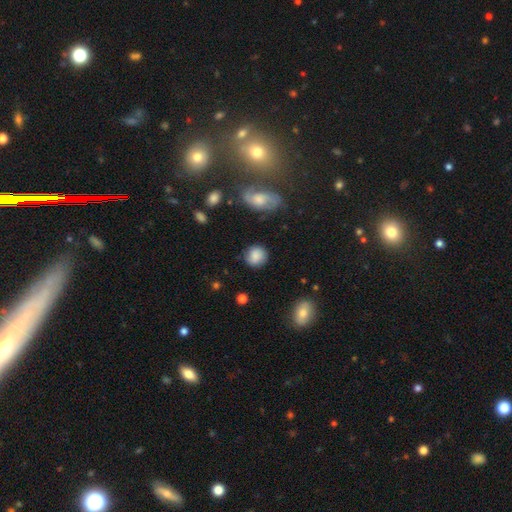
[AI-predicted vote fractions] Morphology: type=smooth (81%); roundness=round (84%); merging=none (79%).